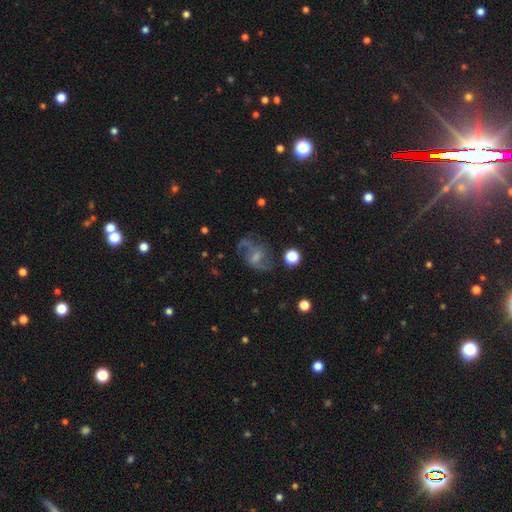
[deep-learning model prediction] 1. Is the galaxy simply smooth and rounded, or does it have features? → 71% featured or disk, 17% smooth, 12% star or artifact.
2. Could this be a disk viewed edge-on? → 97% no, 3% yes.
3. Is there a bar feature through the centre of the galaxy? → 51% weak, 37% no, 12% strong.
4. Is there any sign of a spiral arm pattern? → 89% yes, 11% no.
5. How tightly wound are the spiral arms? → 47% loose, 42% medium, 10% tight.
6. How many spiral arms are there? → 81% 2, 9% can't tell, 4% 1, 3% 3, 2% 4, 2% more than 4.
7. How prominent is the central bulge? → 42% small, 32% moderate, 20% none, 5% large, 1% dominant.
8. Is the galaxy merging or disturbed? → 62% none, 19% minor disturbance, 16% major disturbance, 3% merger.